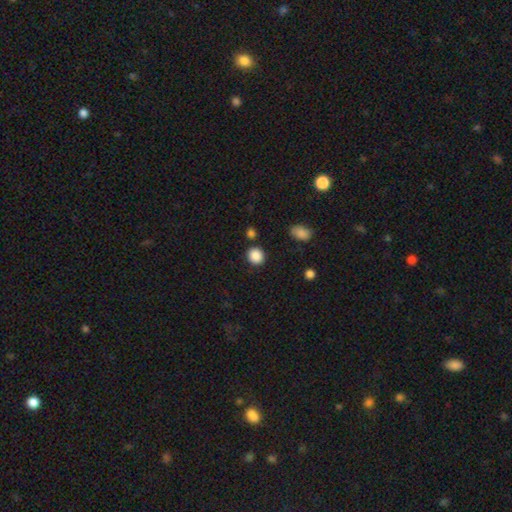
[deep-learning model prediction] The model was most divided on "how rounded": round: 83%, in between: 16%, cigar-shaped: 1%. More confident: smooth or featured — smooth (88%); merging — none (86%).